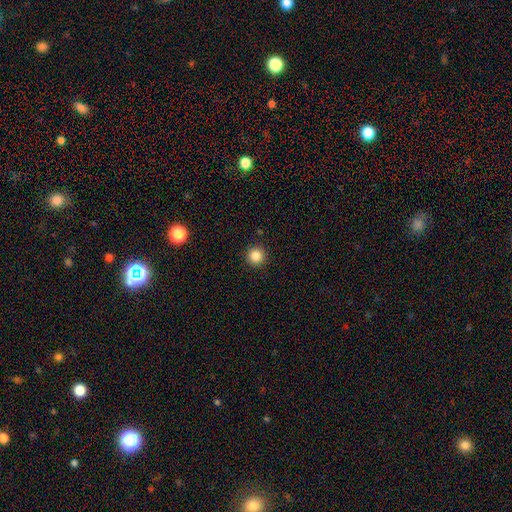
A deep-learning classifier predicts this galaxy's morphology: Overall: smooth (85%). How rounded: round (96%). Merging: none (92%).